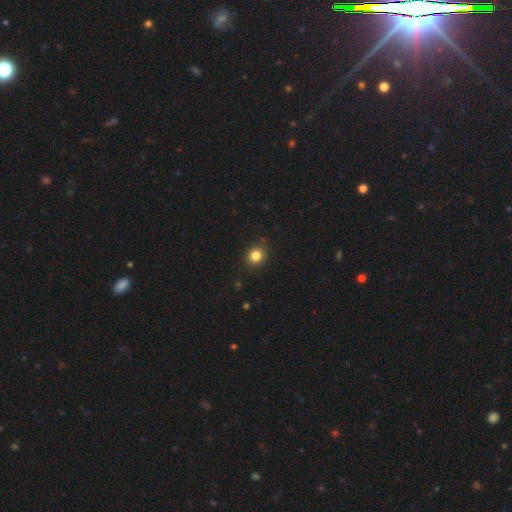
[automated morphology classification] Smooth or featured: smooth — 83% (star or artifact — 12%)
How rounded: round — 80% (in between — 19%)
Merging: none — 89% (minor disturbance — 8%)